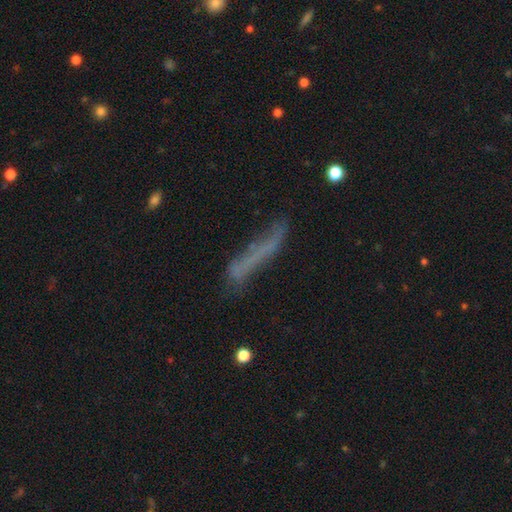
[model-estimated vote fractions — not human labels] Morphology: type=smooth (49%); merging=none (59%).